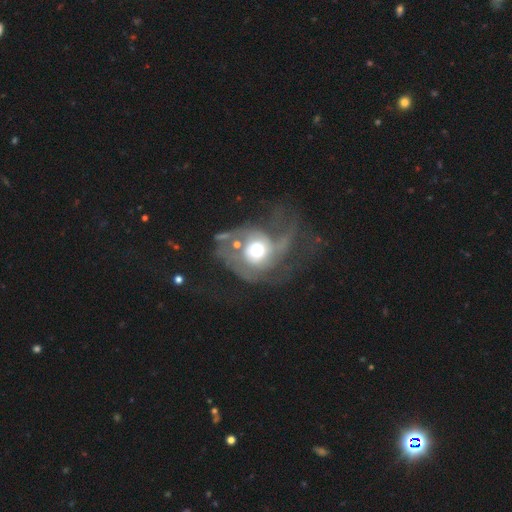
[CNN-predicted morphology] type=featured or disk (72%); edge-on=no (97%); bar=no (80%); spiral arms=yes (74%); winding=loose (39%, tied with medium); arm count=can't tell (26%, tied with 2); bulge=moderate (58%); merging=major disturbance (51%).